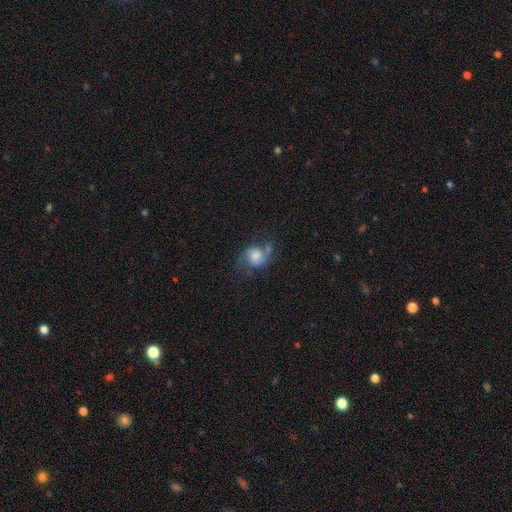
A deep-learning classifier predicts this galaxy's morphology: smooth-or-featured: featured or disk: 47% | smooth: 42% | star or artifact: 11%
  merging: none: 52% | minor disturbance: 24% | major disturbance: 17% | merger: 7%